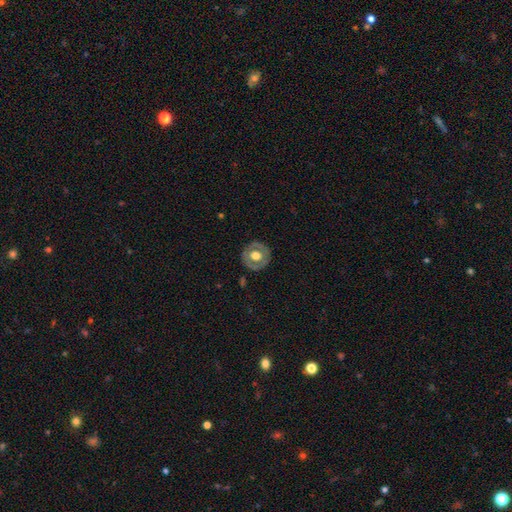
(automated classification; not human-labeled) featured or disk 53%, smooth 41%, star or artifact 6%. Down the decision tree: edge-on disk — no (95%); bar — no (81%); spiral arms — no (84%); bulge size — moderate (49%); merging — none (84%).